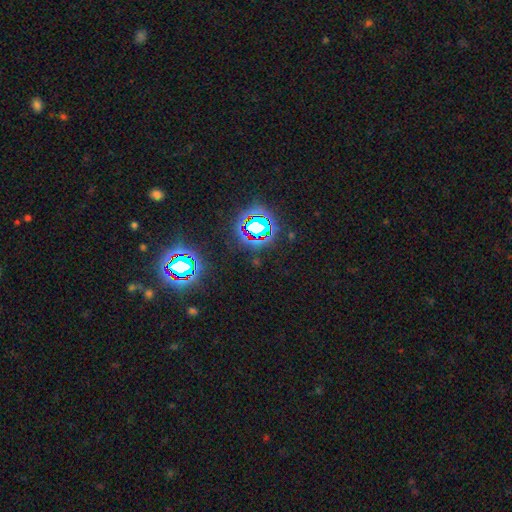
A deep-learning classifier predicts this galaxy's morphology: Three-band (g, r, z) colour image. It shows a star or artifact, not a galaxy (79%).